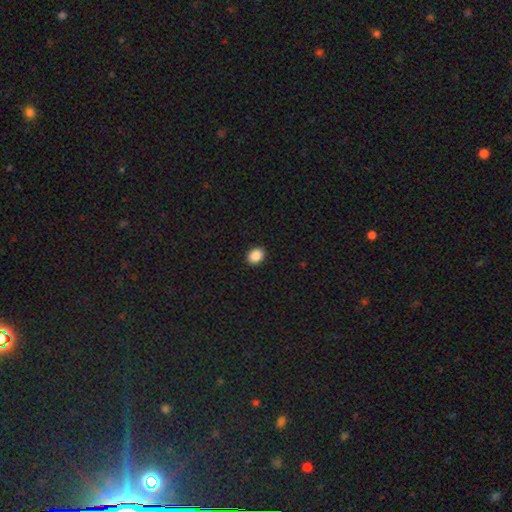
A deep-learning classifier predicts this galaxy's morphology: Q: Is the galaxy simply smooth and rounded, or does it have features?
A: smooth — 89%.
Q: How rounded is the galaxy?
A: in between — 55%.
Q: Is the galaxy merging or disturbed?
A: none — 92%.